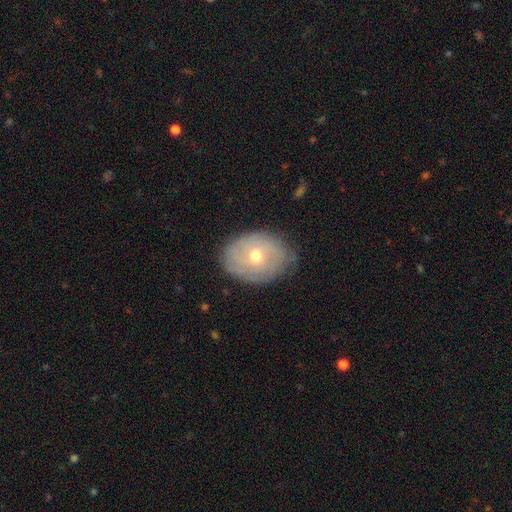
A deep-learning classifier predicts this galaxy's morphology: This appears to be a featured or disk galaxy (50%). Merging: none (72%).